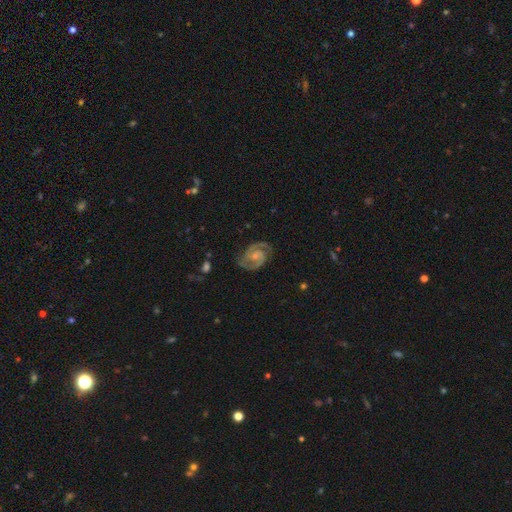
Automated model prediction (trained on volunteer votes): This is clearly a featured or disk galaxy (90%). It is clearly not viewed edge-on (98%). Bar: possibly no (50%). Spiral arm pattern: clearly yes (98%). Spiral arm count: clearly 2 (92%). Spiral winding: possibly medium (49%). Central bulge: possibly small (49%). Merging: likely none (79%).